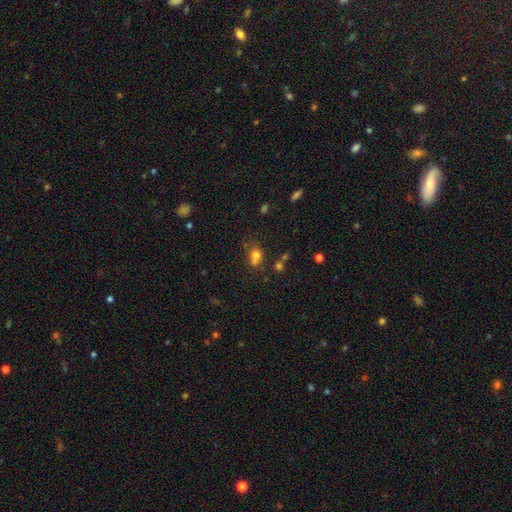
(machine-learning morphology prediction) smooth 72%, star or artifact 16%, featured or disk 11%. Down the decision tree: how rounded — in between (50%); merging — none (43%).